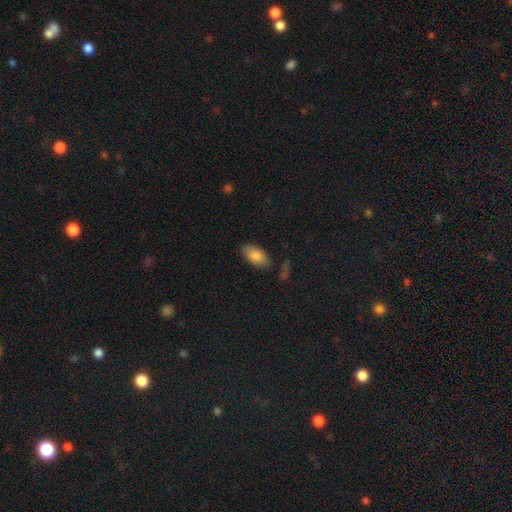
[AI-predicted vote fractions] Q: Smooth or featured?
A: smooth (85%); runner-up: featured or disk (8%)
Q: How rounded?
A: in between (94%); runner-up: cigar-shaped (3%)
Q: Merging?
A: none (80%); runner-up: minor disturbance (13%)